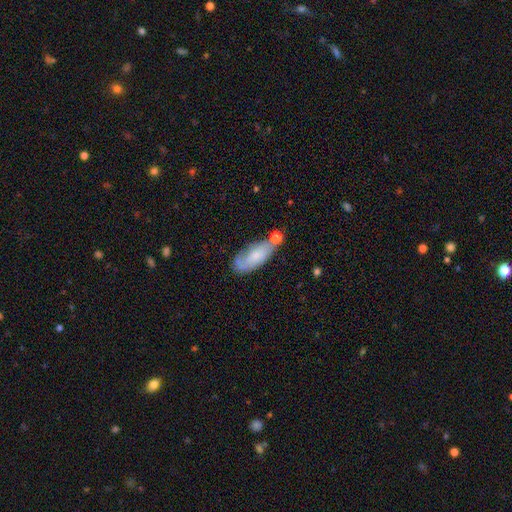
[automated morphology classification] Q: Smooth or featured?
A: smooth (52%); runner-up: featured or disk (41%)
Q: How rounded?
A: in between (81%); runner-up: cigar-shaped (16%)
Q: Merging?
A: none (51%); runner-up: minor disturbance (25%)